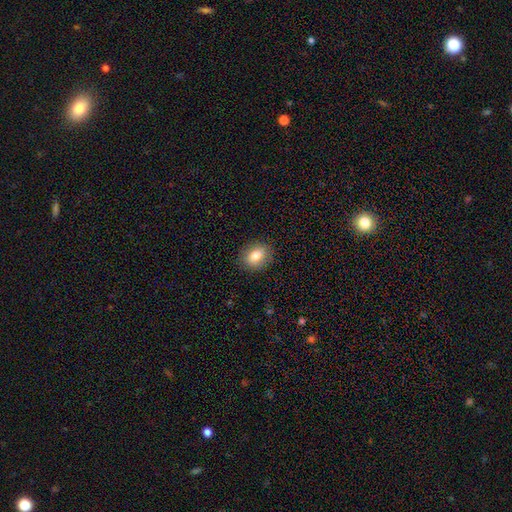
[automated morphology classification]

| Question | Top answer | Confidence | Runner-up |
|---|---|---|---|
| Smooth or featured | smooth | 79% | featured or disk (12%) |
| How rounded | in between | 61% | round (37%) |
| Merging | none | 88% | minor disturbance (9%) |